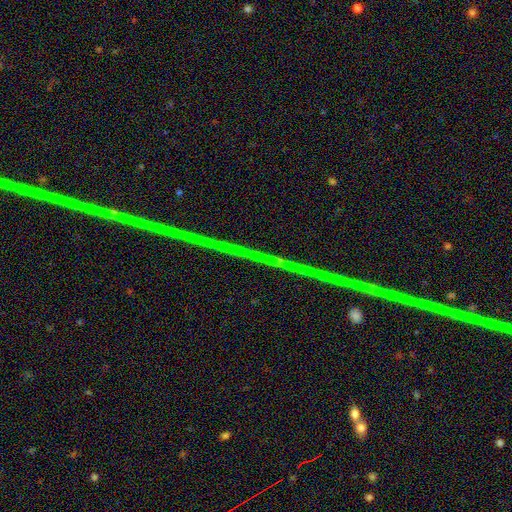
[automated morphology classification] Smooth or featured?
  - star or artifact: 71% *
  - featured or disk: 22%
  - smooth: 7%